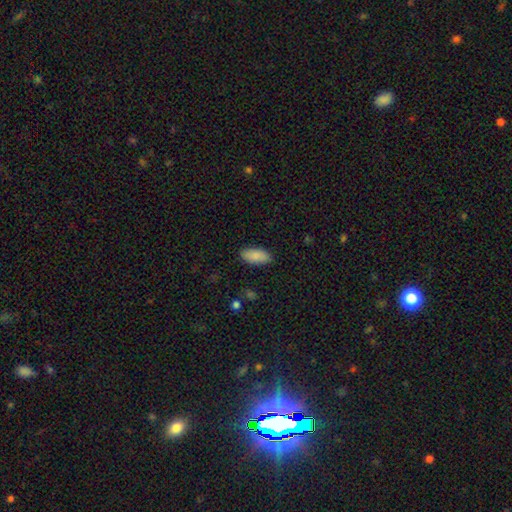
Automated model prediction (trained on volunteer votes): Smooth or featured? smooth (88%)
How rounded? in between (90%)
Merging? none (87%)